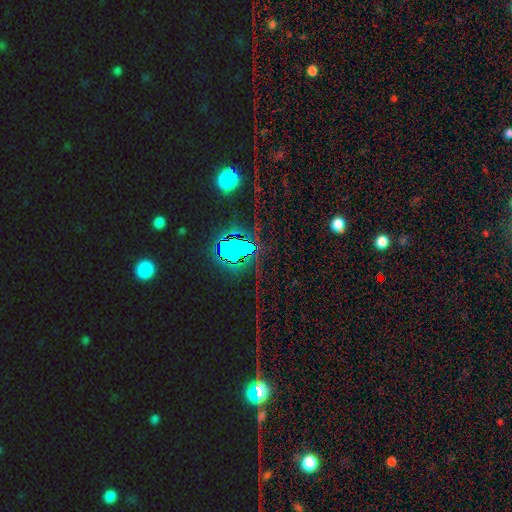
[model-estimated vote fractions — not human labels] Smooth or featured? star or artifact (82%)